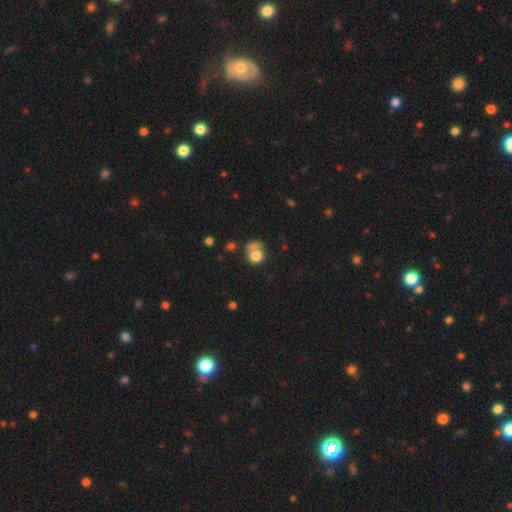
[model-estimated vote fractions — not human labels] A smooth galaxy with no disk features (75%) that is round (72%).

Vote fractions:
- Smooth or featured? smooth: 75% / featured or disk: 14% / star or artifact: 11%
- How rounded? round: 72% / in between: 27% / cigar-shaped: 1%
- Merging? none: 35% / merger: 27% / major disturbance: 20% / minor disturbance: 18%